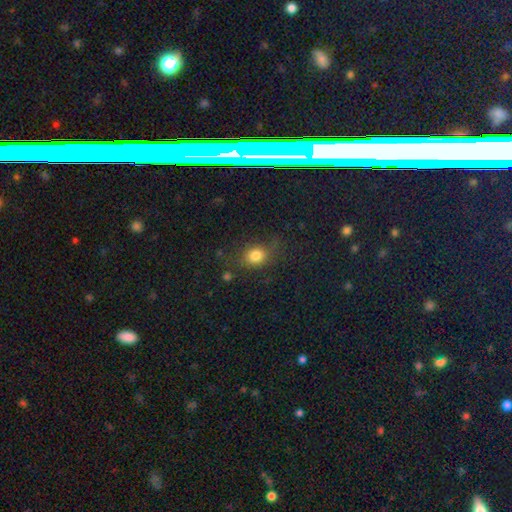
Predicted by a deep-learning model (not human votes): A smooth galaxy with no disk features (80%) that is round (58%). Merging: none (70%).